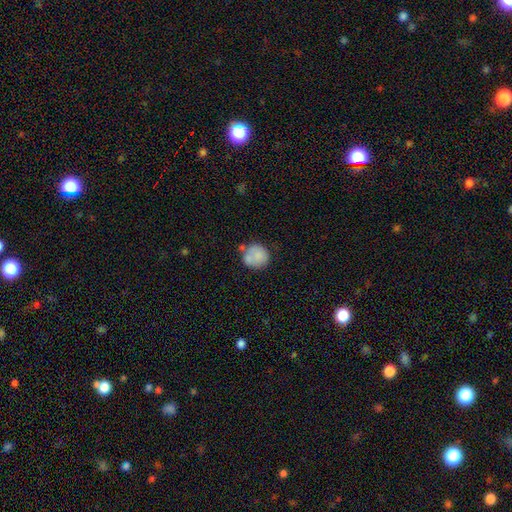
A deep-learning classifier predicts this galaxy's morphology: A smooth galaxy with no disk features (78%) that is round (88%).

Vote fractions:
- Smooth or featured? smooth: 78% / featured or disk: 15% / star or artifact: 8%
- How rounded? round: 88% / in between: 11% / cigar-shaped: 1%
- Merging? none: 58% / minor disturbance: 19% / merger: 16% / major disturbance: 7%